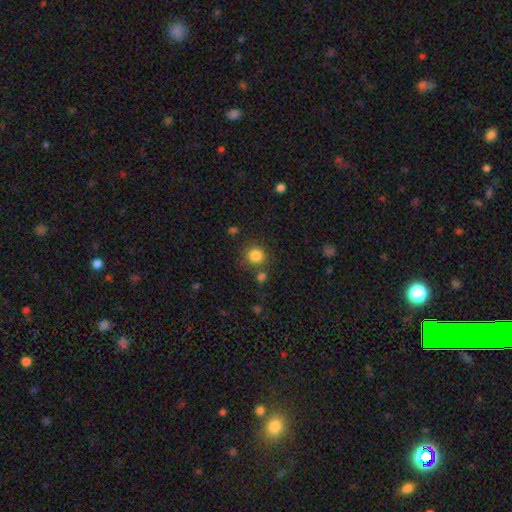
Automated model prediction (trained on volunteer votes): Smooth or featured?
  - smooth: 84% *
  - star or artifact: 11%
  - featured or disk: 5%
How rounded?
  - round: 88% *
  - in between: 11%
  - cigar-shaped: 1%
Merging?
  - none: 78% *
  - minor disturbance: 10%
  - merger: 9%
  - major disturbance: 4%